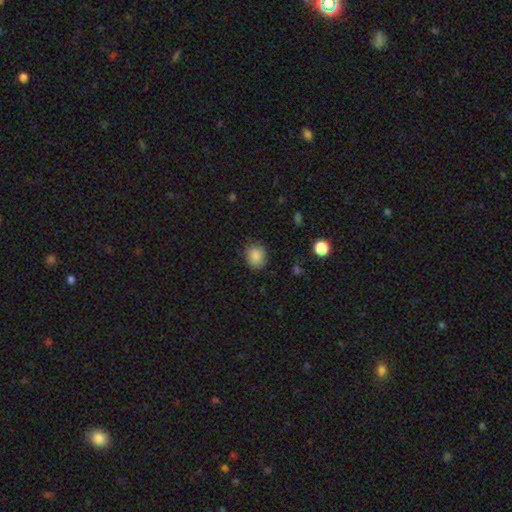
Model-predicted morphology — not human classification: smooth 87%, star or artifact 9%, featured or disk 4%. Down the decision tree: how rounded — round (71%); merging — none (83%).